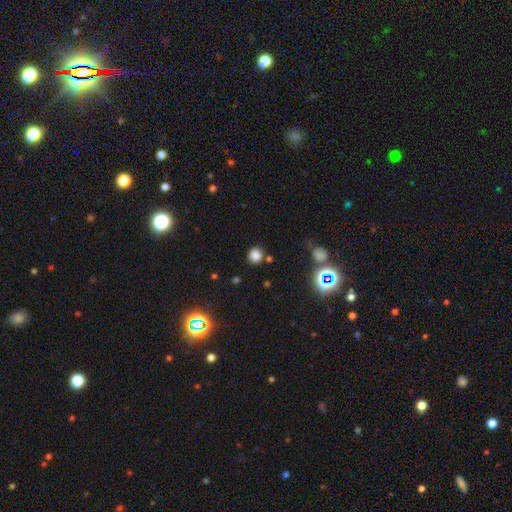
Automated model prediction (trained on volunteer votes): Overall: smooth (78%). How rounded: round (89%). Merging: none (83%).